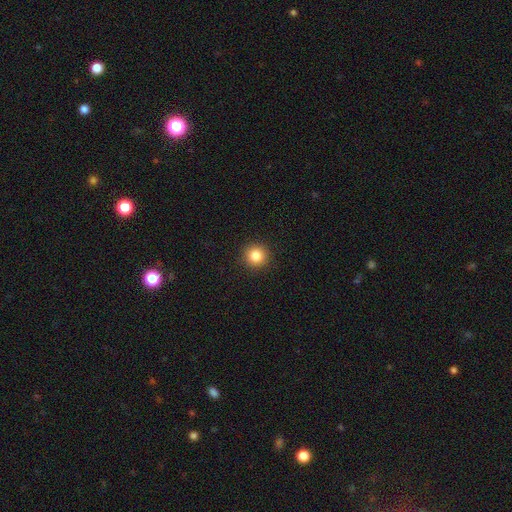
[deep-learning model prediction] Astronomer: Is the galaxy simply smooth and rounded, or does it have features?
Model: smooth — 84%.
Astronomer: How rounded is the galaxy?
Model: round — 94%.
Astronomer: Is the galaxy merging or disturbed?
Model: none — 92%.